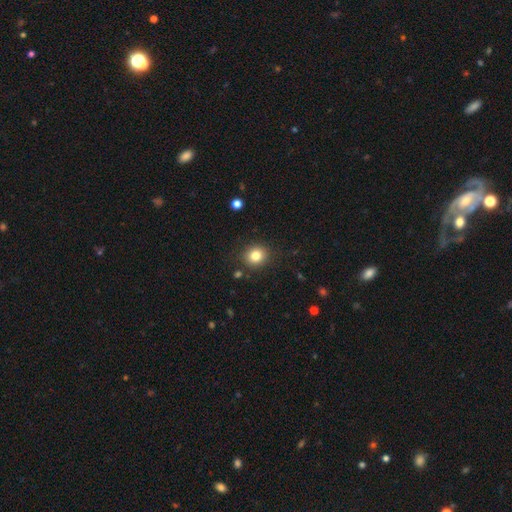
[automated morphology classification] Smooth or featured? Predicted: smooth (p=0.82). How rounded? Predicted: round (p=0.79). Merging? Predicted: none (p=0.87).